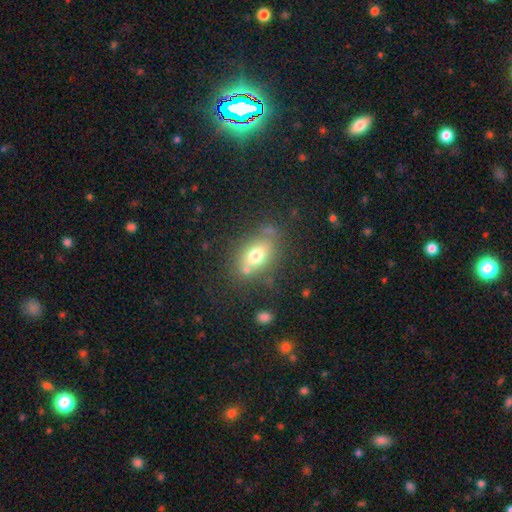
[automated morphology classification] Overall: smooth (70%). How rounded: in between (78%). Merging: none (66%).